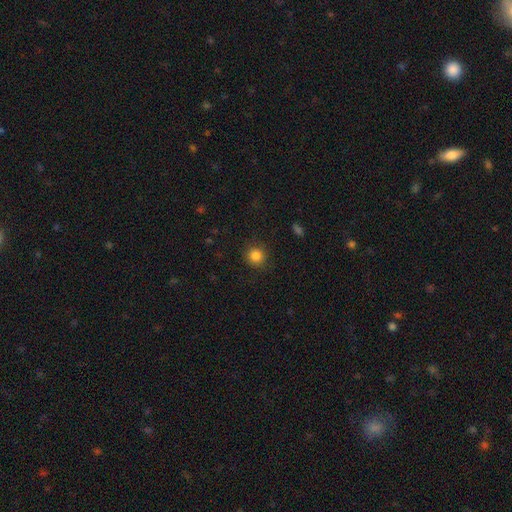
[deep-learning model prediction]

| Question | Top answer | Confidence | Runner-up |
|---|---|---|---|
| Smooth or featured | smooth | 84% | star or artifact (11%) |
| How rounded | round | 91% | in between (8%) |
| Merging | none | 89% | minor disturbance (7%) |